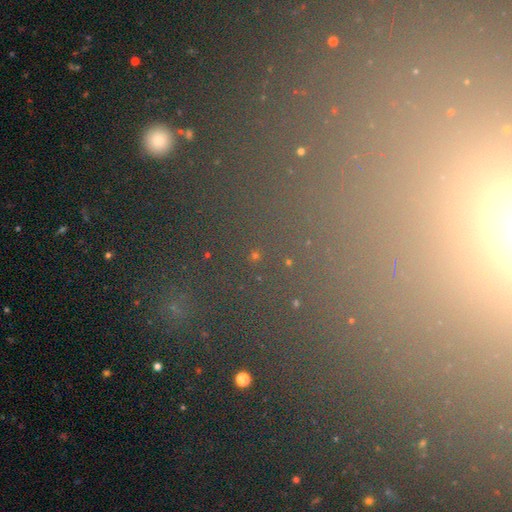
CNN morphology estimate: Overall: star or artifact (63%; smooth 26%).